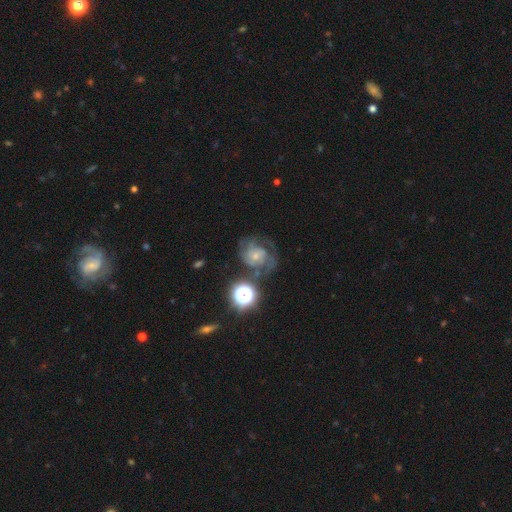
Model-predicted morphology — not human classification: This appears to be a featured or disk galaxy (61%) with no bar (77%), spiral arms (78%) and a small central bulge (60%). Merging: none (45%).